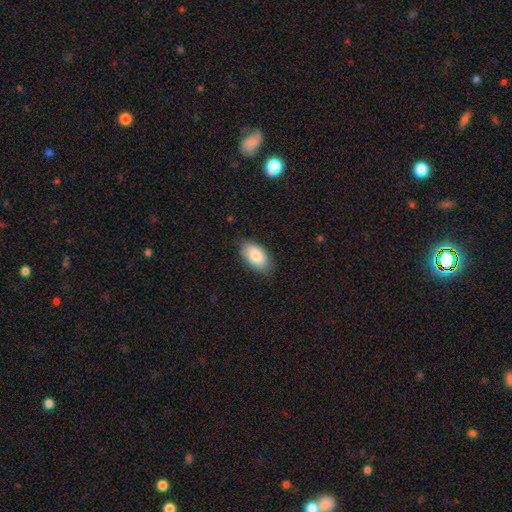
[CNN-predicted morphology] smooth 84%, featured or disk 10%, star or artifact 6%. Down the decision tree: how rounded — in between (94%); merging — none (84%).